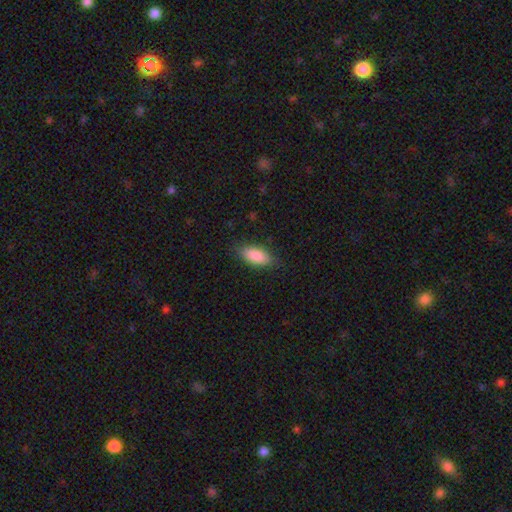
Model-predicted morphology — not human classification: Smooth or featured? Predicted: smooth (p=0.87). How rounded? Predicted: in between (p=0.87). Merging? Predicted: none (p=0.81).